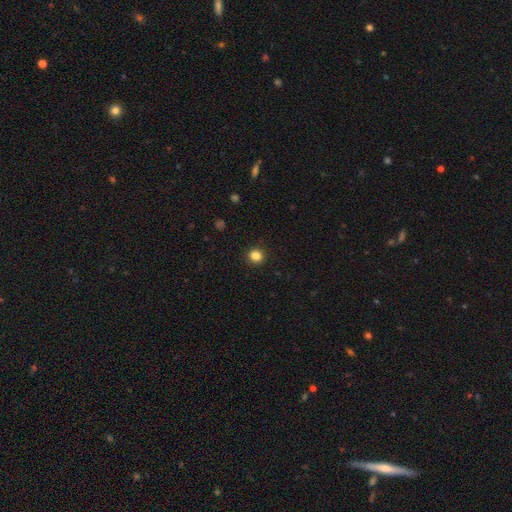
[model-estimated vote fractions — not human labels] Overall: smooth (84%). How rounded: round (85%). Merging: none (92%).